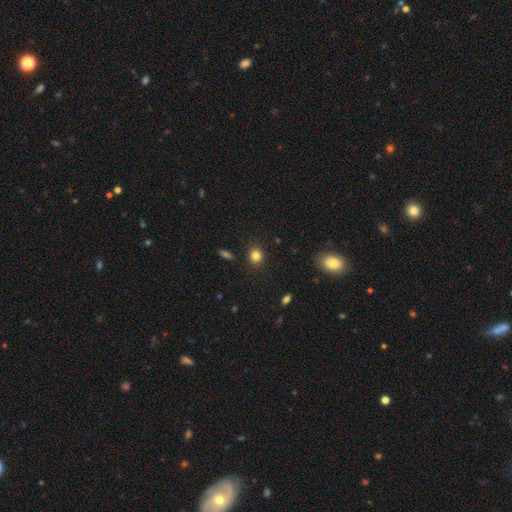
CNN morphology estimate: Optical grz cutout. It shows a smooth galaxy with no disk features (83%) that is round (74%). Merging: none (88%).